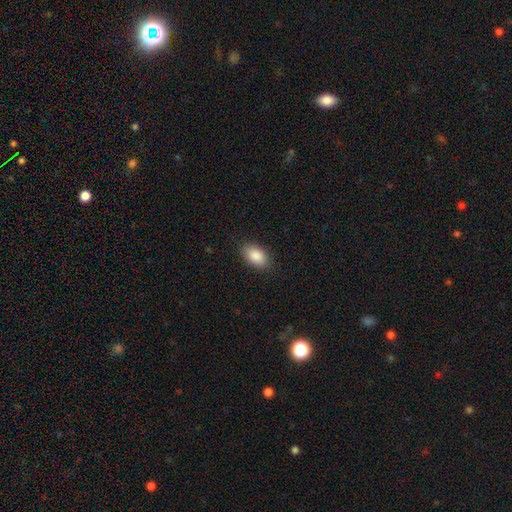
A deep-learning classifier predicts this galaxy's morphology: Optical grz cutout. It shows a smooth galaxy with no disk features (88%) that is in between round and cigar-shaped (91%). Merging: none (85%).